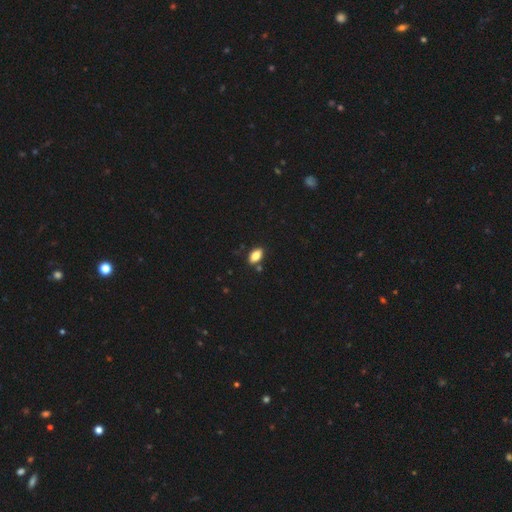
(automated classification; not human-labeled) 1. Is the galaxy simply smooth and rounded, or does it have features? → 83% smooth, 9% star or artifact, 9% featured or disk.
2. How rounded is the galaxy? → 91% in between, 6% round, 4% cigar-shaped.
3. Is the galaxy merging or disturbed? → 81% none, 11% minor disturbance, 5% merger, 2% major disturbance.